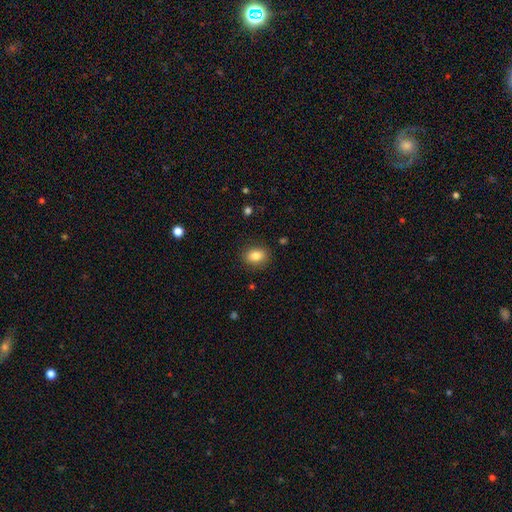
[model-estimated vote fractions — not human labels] A smooth galaxy with no disk features (84%) that is in between round and cigar-shaped (65%). Merging: none (87%).